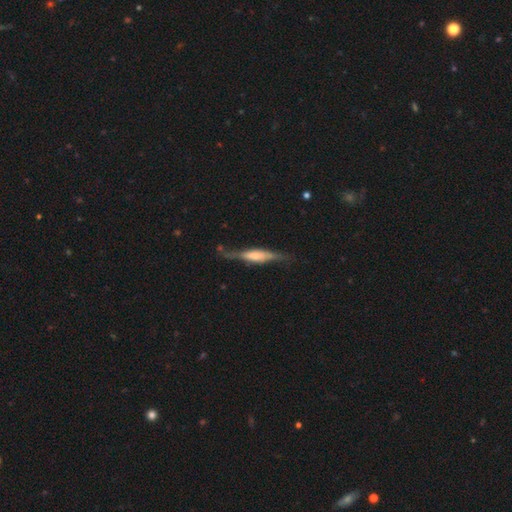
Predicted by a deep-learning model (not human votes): This appears to be a featured or disk galaxy (66%) viewed edge-on (94%) with a rounded central bulge (50%). Merging: none (73%).